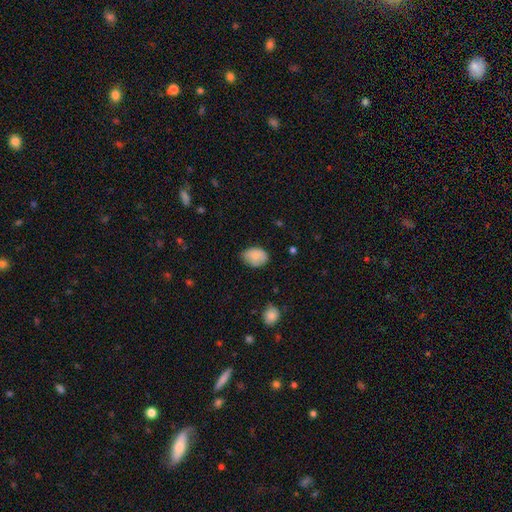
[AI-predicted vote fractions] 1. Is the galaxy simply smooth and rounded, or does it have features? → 84% smooth, 8% featured or disk, 8% star or artifact.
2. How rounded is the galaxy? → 76% in between, 23% round, 1% cigar-shaped.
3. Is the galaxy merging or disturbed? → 65% none, 29% minor disturbance, 5% major disturbance, 1% merger.